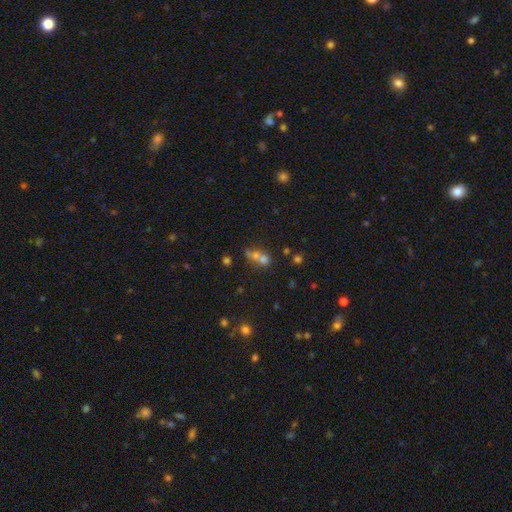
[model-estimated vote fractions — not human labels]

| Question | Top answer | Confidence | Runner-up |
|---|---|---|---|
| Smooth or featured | smooth | 58% | star or artifact (22%) |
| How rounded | round | 58% | in between (38%) |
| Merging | merger | 60% | none (28%) |